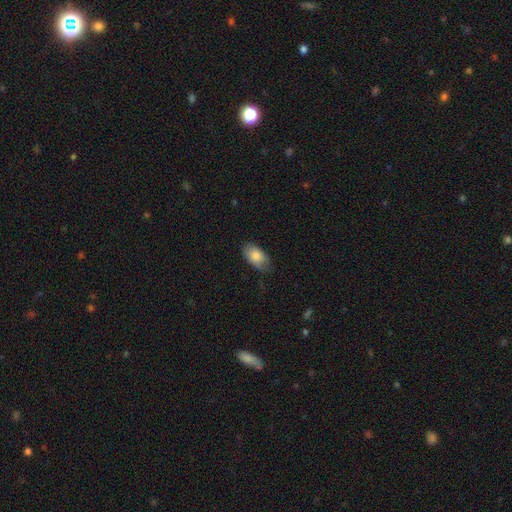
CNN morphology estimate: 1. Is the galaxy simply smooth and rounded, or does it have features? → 82% smooth, 11% featured or disk, 7% star or artifact.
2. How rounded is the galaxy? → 93% in between, 5% round, 2% cigar-shaped.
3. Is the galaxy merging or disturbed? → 64% none, 29% minor disturbance, 6% major disturbance, 1% merger.